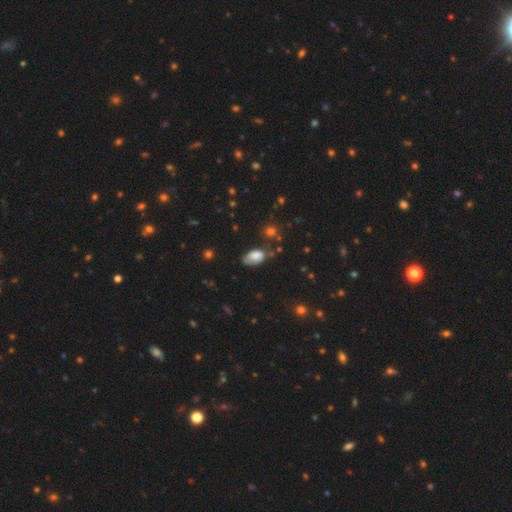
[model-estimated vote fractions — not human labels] Smooth or featured?
  - smooth: 74% *
  - featured or disk: 16%
  - star or artifact: 10%
How rounded?
  - in between: 92% *
  - round: 6%
  - cigar-shaped: 2%
Merging?
  - none: 51% *
  - minor disturbance: 32%
  - major disturbance: 12%
  - merger: 5%